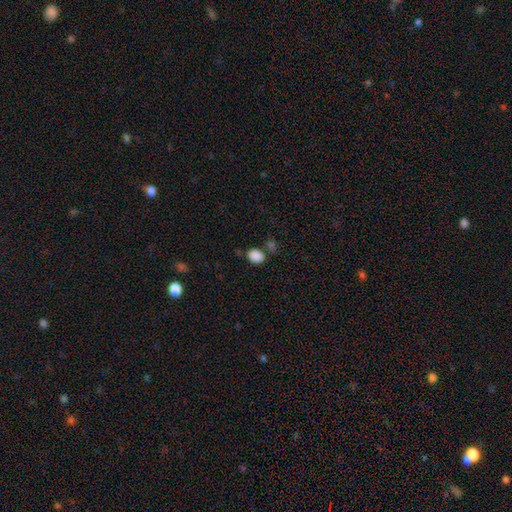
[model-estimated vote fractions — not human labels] This is clearly a smooth galaxy (86%). How rounded: possibly in between (59%). Merging: likely none (67%).